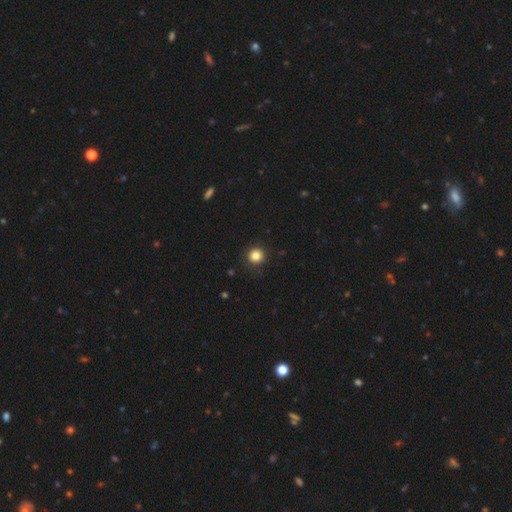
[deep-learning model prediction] Smooth or featured? Predicted: smooth (p=0.83). How rounded? Predicted: round (p=0.94). Merging? Predicted: none (p=0.89).